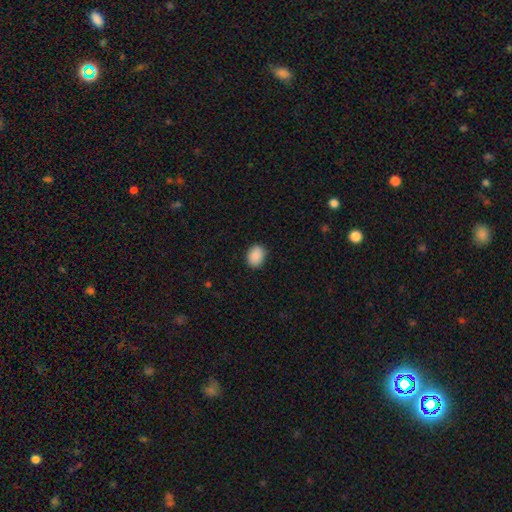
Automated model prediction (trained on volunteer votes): Q: Smooth or featured?
A: smooth (90%); runner-up: star or artifact (8%)
Q: How rounded?
A: in between (63%); runner-up: round (36%)
Q: Merging?
A: none (89%); runner-up: minor disturbance (8%)